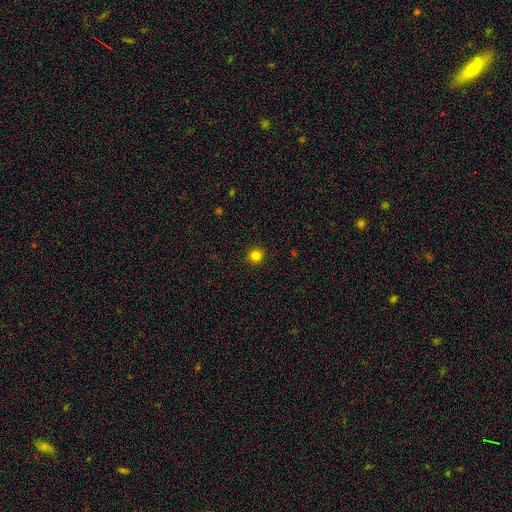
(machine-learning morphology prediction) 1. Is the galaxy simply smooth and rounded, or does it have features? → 82% smooth, 13% star or artifact, 4% featured or disk.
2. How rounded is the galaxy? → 94% round, 5% in between, 1% cigar-shaped.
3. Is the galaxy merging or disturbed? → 93% none, 5% minor disturbance, 2% major disturbance, 1% merger.